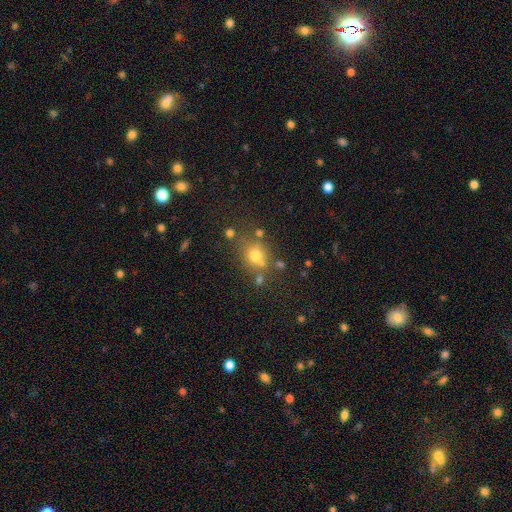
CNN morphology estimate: Smooth or featured? smooth (68%)
How rounded? round (78%)
Merging? none (65%)